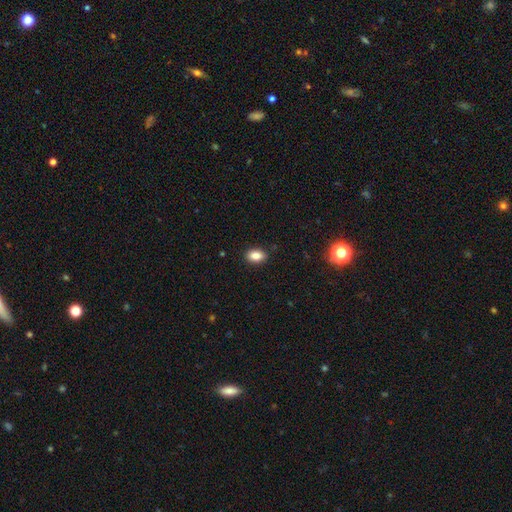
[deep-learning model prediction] smooth-or-featured: smooth: 86% | star or artifact: 9% | featured or disk: 5%
  how-rounded: in between: 86% | round: 12% | cigar-shaped: 2%
  merging: none: 88% | minor disturbance: 9% | major disturbance: 2% | merger: 1%